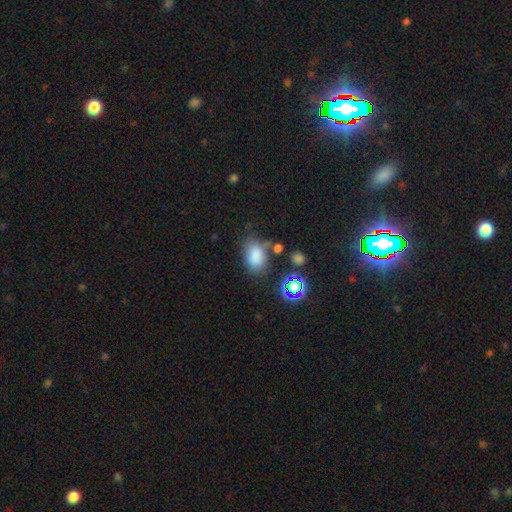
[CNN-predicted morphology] Smooth or featured? smooth (79%)
How rounded? in between (81%)
Merging? none (62%)